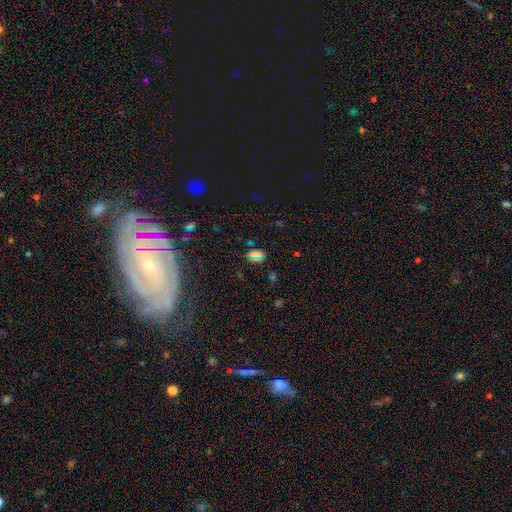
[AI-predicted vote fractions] Morphology: type=star or artifact (49%).